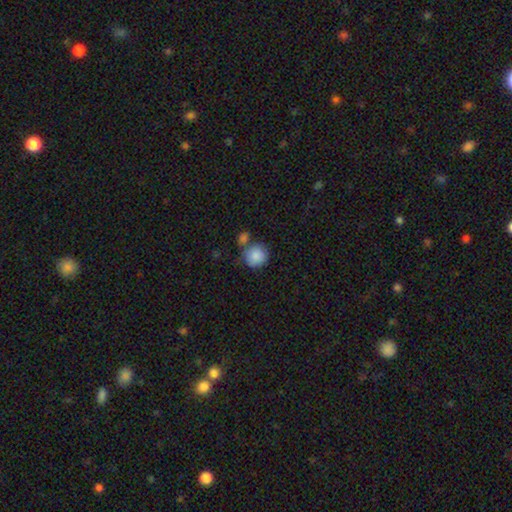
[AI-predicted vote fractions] smooth_or_featured: smooth (p=0.87) [alt: star or artifact p=0.07]
how_rounded: round (p=0.89) [alt: in between p=0.10]
merging: none (p=0.58) [alt: merger p=0.24]